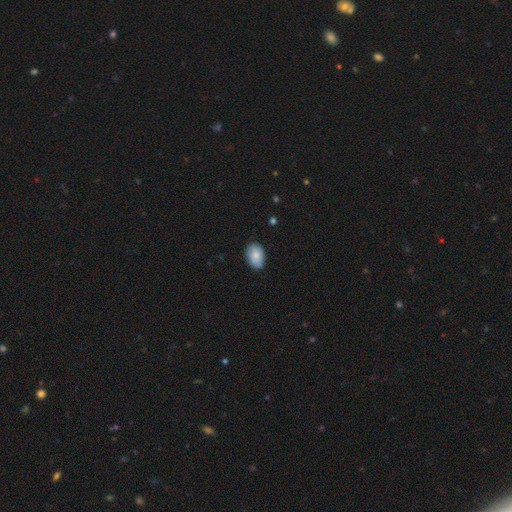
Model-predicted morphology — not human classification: smooth-or-featured: smooth: 85% | featured or disk: 9% | star or artifact: 6%
  how-rounded: in between: 90% | round: 9% | cigar-shaped: 1%
  merging: none: 83% | minor disturbance: 14% | major disturbance: 2% | merger: 1%